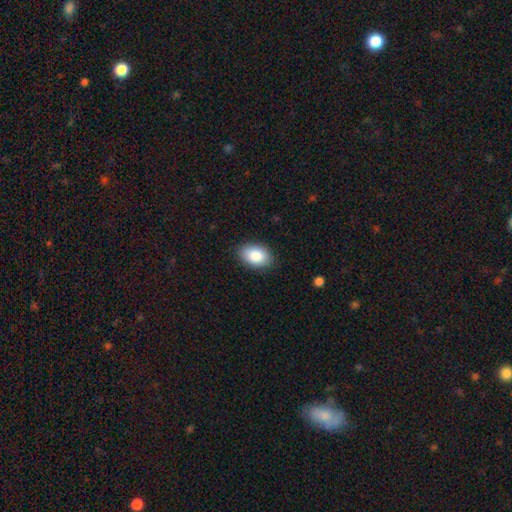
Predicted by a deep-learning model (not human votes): Smooth or featured? Predicted: smooth (p=0.88). How rounded? Predicted: in between (p=0.89). Merging? Predicted: none (p=0.87).